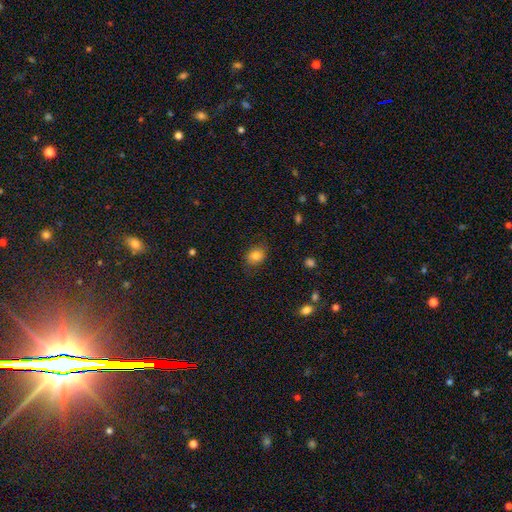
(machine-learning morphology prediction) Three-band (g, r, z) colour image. It shows a smooth galaxy with no disk features (81%) that is round (51%). Merging: none (78%).